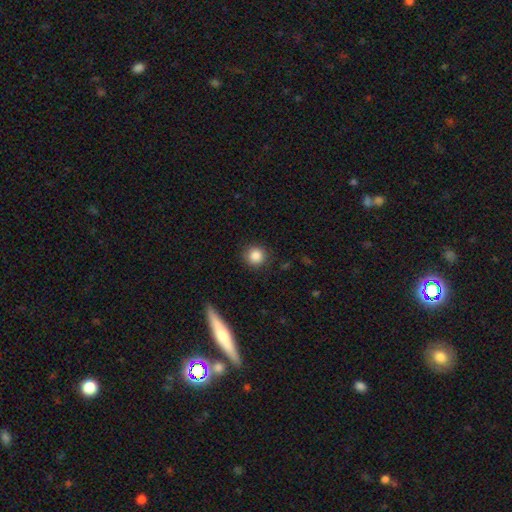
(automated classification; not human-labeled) This is clearly a smooth galaxy (86%). How rounded: clearly round (92%). Merging: clearly none (88%).